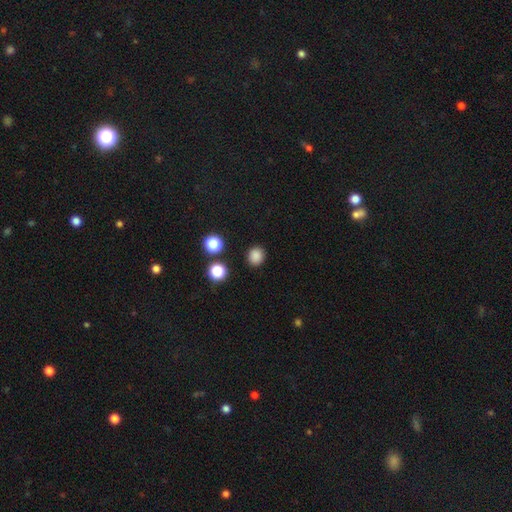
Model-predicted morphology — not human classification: Q: Smooth or featured?
A: smooth (84%); runner-up: star or artifact (13%)
Q: How rounded?
A: round (83%); runner-up: in between (16%)
Q: Merging?
A: none (88%); runner-up: minor disturbance (7%)